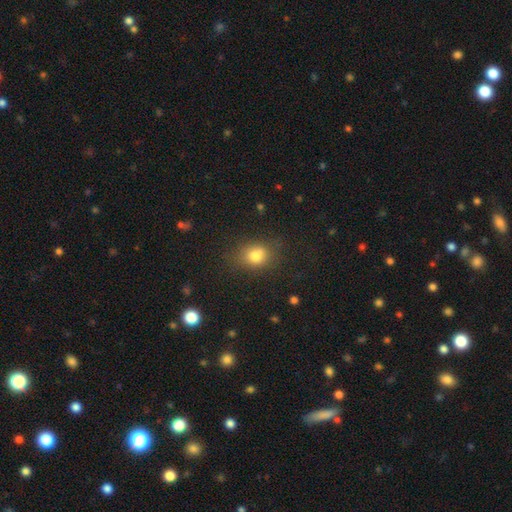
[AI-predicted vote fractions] Smooth or featured: smooth — 80% (star or artifact — 12%)
How rounded: in between — 52% (round — 47%)
Merging: none — 73% (minor disturbance — 18%)